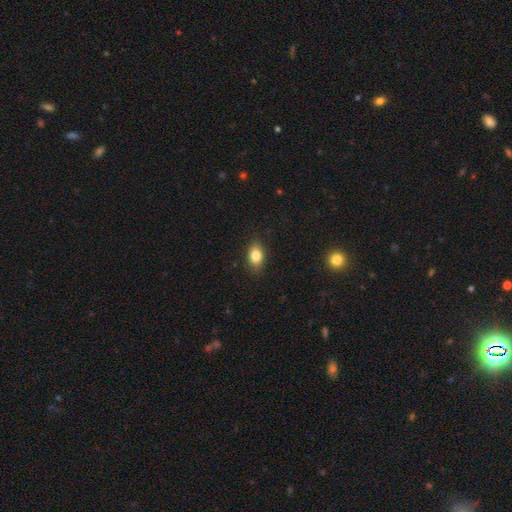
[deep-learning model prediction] This appears to be a smooth galaxy with no disk features (82%) that is in between round and cigar-shaped (83%). Merging: none (86%).